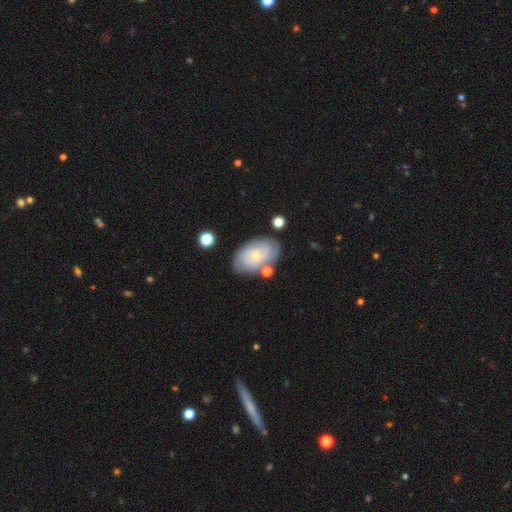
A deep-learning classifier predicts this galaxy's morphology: Smooth or featured? featured or disk (64%)
Edge-on disk? no (96%)
Bar? no (76%)
Spiral arms? yes (85%)
Spiral winding? tight (67%)
Spiral arm count? can't tell (48%)
Bulge size? small (77%)
Merging? none (72%)